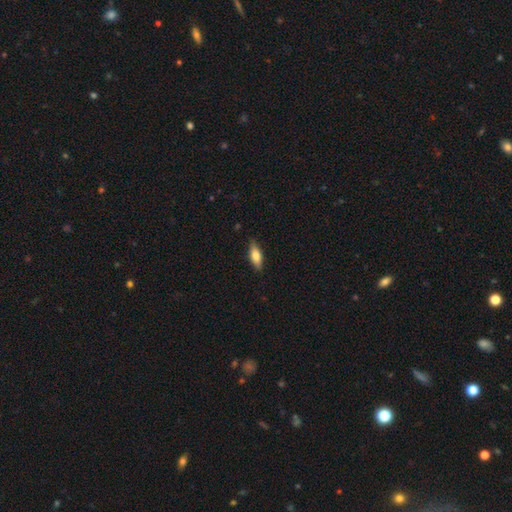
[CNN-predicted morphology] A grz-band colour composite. It shows a smooth galaxy with no disk features (74%) that is in between round and cigar-shaped (69%). Merging: none (83%).